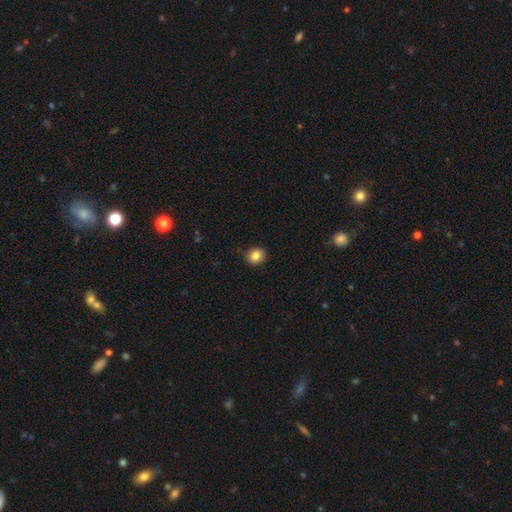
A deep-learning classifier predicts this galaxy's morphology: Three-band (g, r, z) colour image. It shows a smooth galaxy with no disk features (86%) that is round (75%). Merging: none (86%).